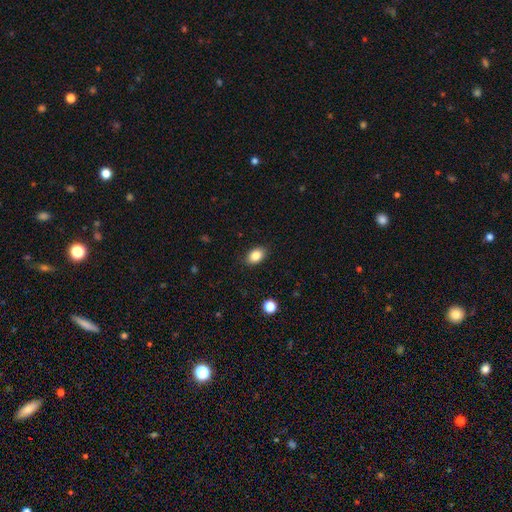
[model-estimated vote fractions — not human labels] This appears to be a smooth galaxy with no disk features (85%) that is in between round and cigar-shaped (84%). Merging: none (88%).